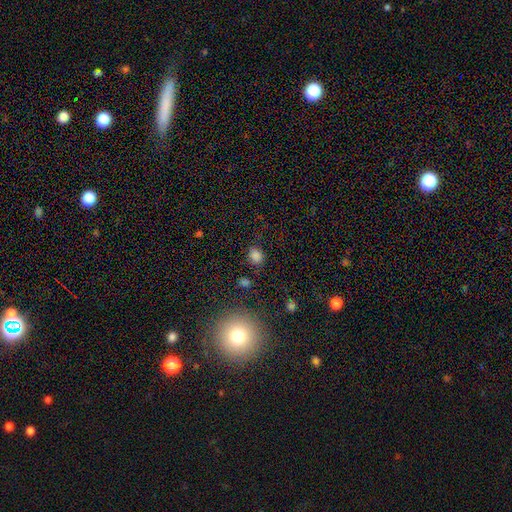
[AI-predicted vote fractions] The model was most divided on "how rounded": round: 51%, in between: 48%, cigar-shaped: 1%. More confident: smooth or featured — smooth (79%); merging — none (76%).